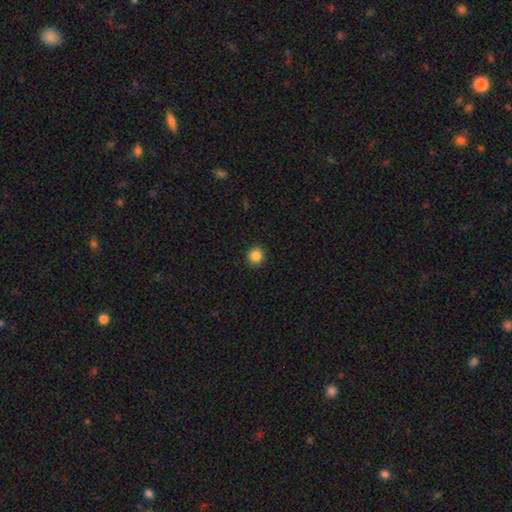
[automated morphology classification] Smooth or featured?
  - smooth: 86% *
  - star or artifact: 10%
  - featured or disk: 4%
How rounded?
  - round: 92% *
  - in between: 7%
  - cigar-shaped: 1%
Merging?
  - none: 92% *
  - minor disturbance: 5%
  - major disturbance: 2%
  - merger: 1%